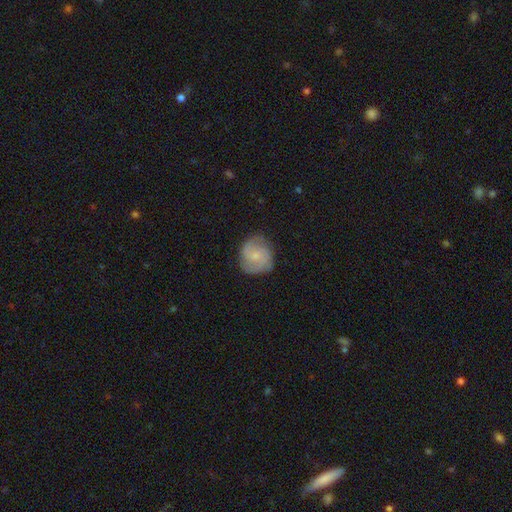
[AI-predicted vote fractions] Smooth or featured? featured or disk (65%)
Edge-on disk? no (98%)
Bar? no (68%)
Spiral arms? yes (93%)
Spiral winding? medium (46%)
Spiral arm count? 2 (47%)
Bulge size? small (66%)
Merging? none (78%)